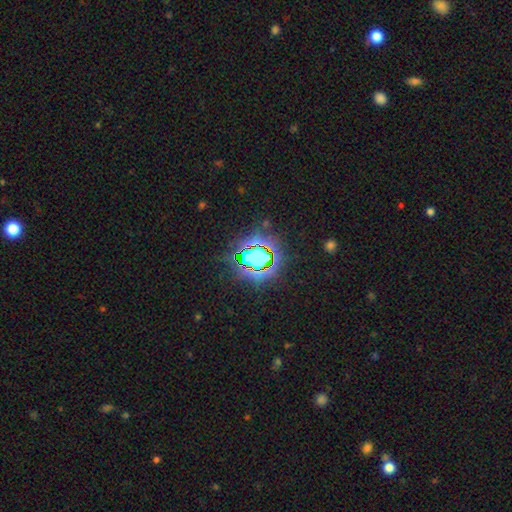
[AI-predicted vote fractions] smooth-or-featured: star or artifact: 68% | smooth: 20% | featured or disk: 11%